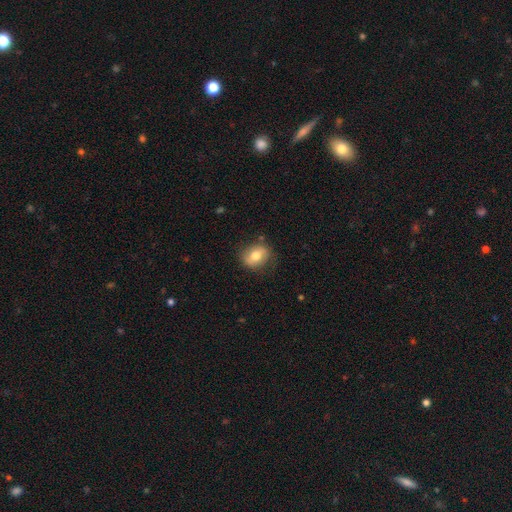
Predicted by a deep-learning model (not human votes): smooth-or-featured: smooth: 68% | featured or disk: 24% | star or artifact: 8%
  how-rounded: in between: 50% | round: 48% | cigar-shaped: 1%
  merging: none: 80% | minor disturbance: 15% | major disturbance: 4% | merger: 1%